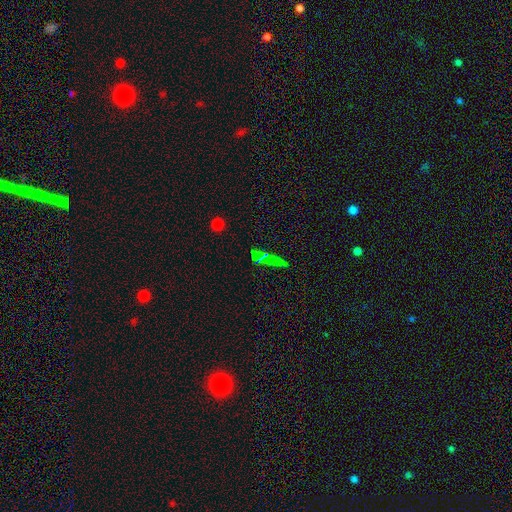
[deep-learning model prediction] Morphology: type=star or artifact (54%).